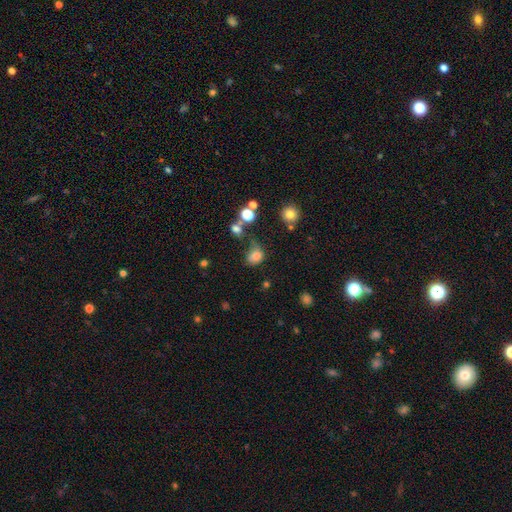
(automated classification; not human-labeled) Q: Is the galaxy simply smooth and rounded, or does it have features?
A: smooth — 76%.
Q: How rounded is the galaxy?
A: in between — 52%.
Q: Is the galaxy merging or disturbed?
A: none — 37%.